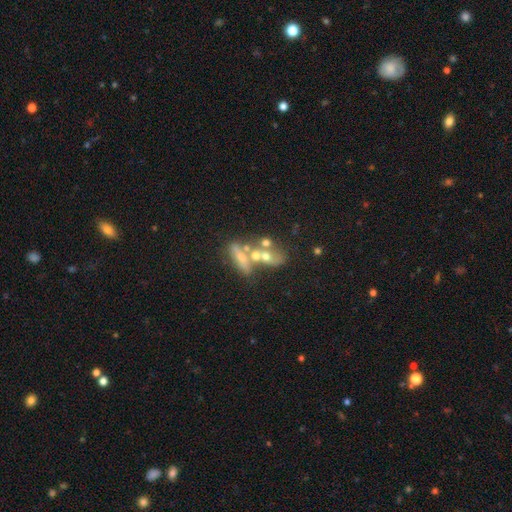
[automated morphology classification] smooth_or_featured: featured or disk (p=0.48) [alt: smooth p=0.32]
merging: merger (p=0.54) [alt: none p=0.24]